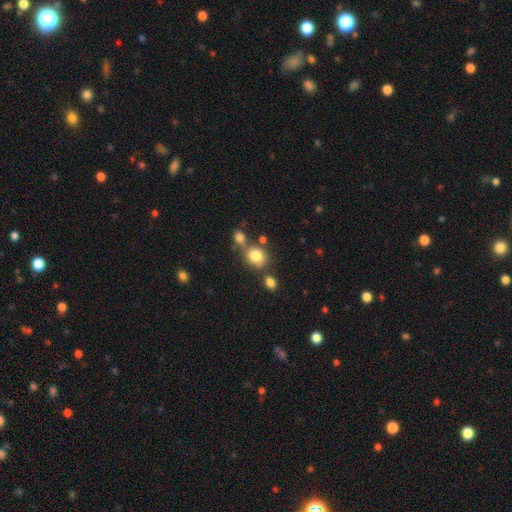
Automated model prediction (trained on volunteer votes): Smooth or featured? smooth (80%)
How rounded? round (71%)
Merging? none (53%)